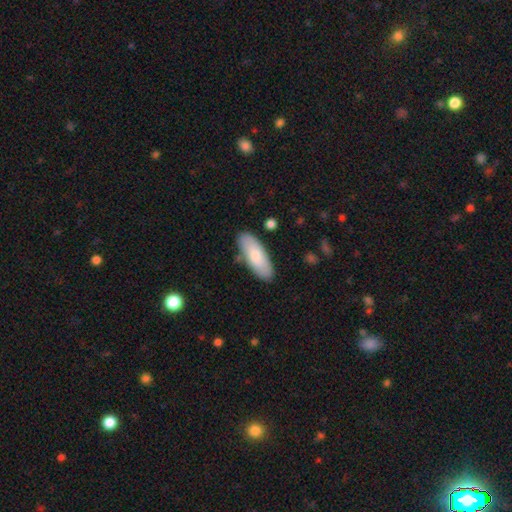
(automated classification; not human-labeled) Smooth or featured? smooth (77%)
How rounded? in between (74%)
Merging? none (83%)